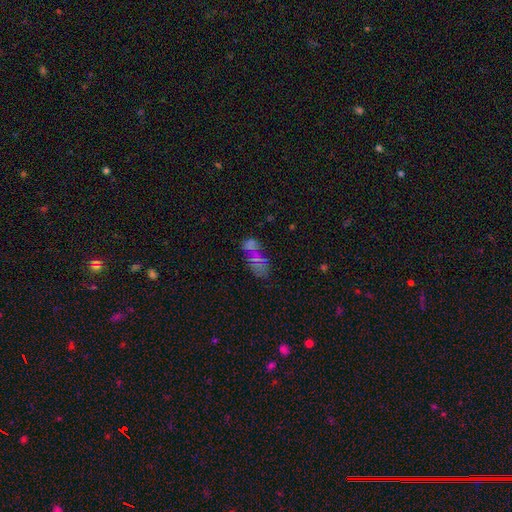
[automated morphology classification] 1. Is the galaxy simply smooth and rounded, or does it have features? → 45% smooth, 40% star or artifact, 15% featured or disk.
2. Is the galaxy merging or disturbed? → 55% none, 18% minor disturbance, 15% merger, 12% major disturbance.